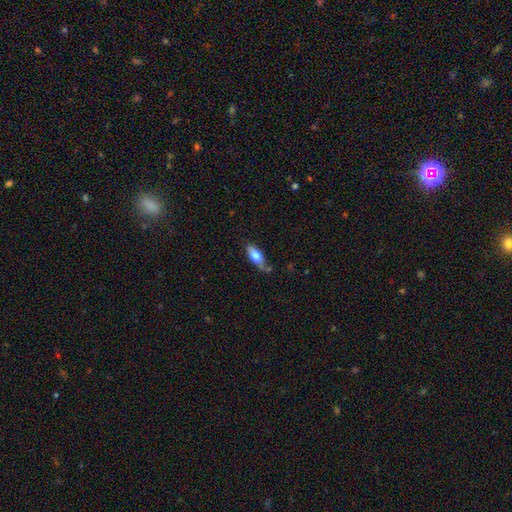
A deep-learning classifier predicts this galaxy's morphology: Smooth or featured?
  - smooth: 69% *
  - featured or disk: 24%
  - star or artifact: 6%
How rounded?
  - in between: 72% *
  - cigar-shaped: 25%
  - round: 3%
Merging?
  - none: 59% *
  - minor disturbance: 28%
  - major disturbance: 7%
  - merger: 6%